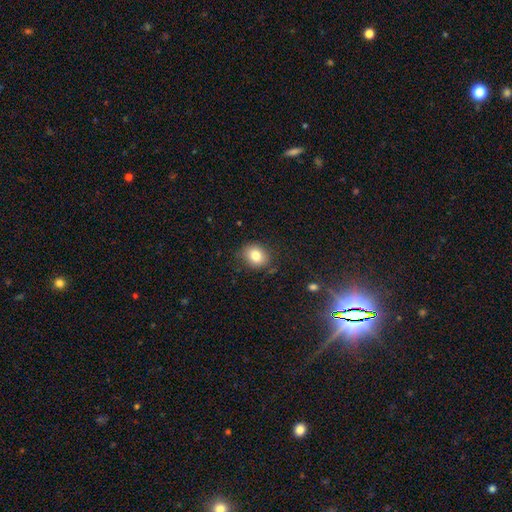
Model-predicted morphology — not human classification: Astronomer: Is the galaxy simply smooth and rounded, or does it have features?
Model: smooth — 81%.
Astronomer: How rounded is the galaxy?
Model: round — 61% (runner-up: in between, 38%).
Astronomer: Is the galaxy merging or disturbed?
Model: none — 84%.